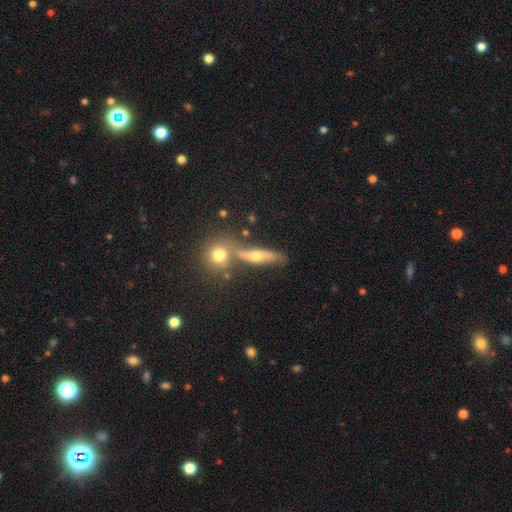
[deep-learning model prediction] Smooth or featured?
  - featured or disk: 49% *
  - smooth: 38%
  - star or artifact: 13%
Merging?
  - none: 61% *
  - merger: 18%
  - minor disturbance: 15%
  - major disturbance: 6%